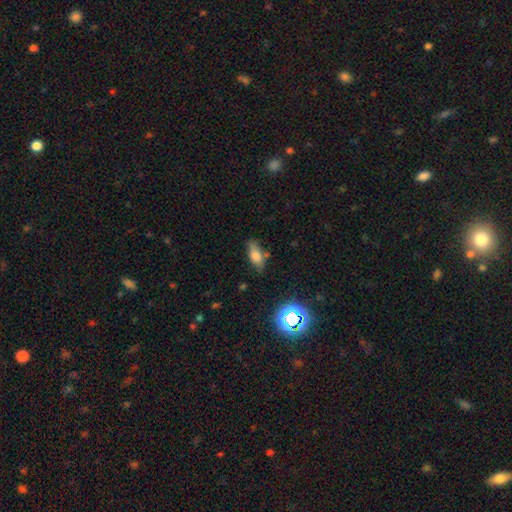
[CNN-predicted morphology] This is likely a smooth galaxy (71%). How rounded: likely in between (76%). Merging: likely none (72%).